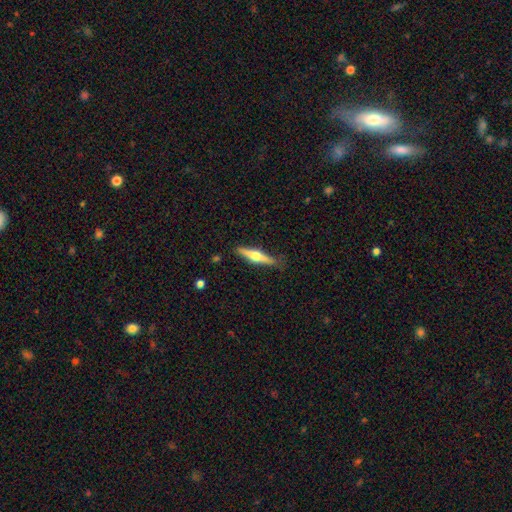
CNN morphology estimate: The model was most divided on "smooth or featured": featured or disk: 65%, smooth: 30%, star or artifact: 5%. More confident: edge-on disk — yes (97%); edge-on bulge — rounded (94%); merging — none (86%).